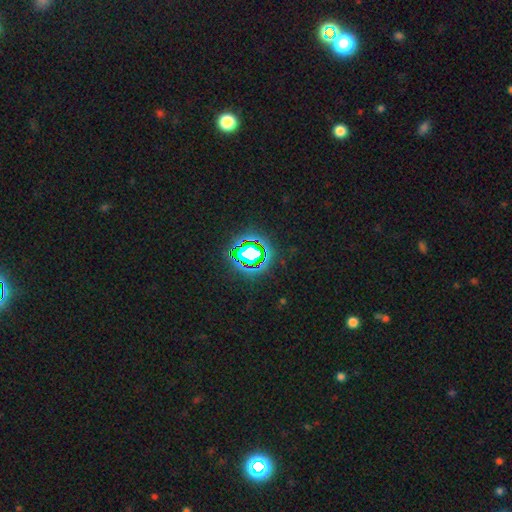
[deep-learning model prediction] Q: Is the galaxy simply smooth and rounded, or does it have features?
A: star or artifact — 77%.